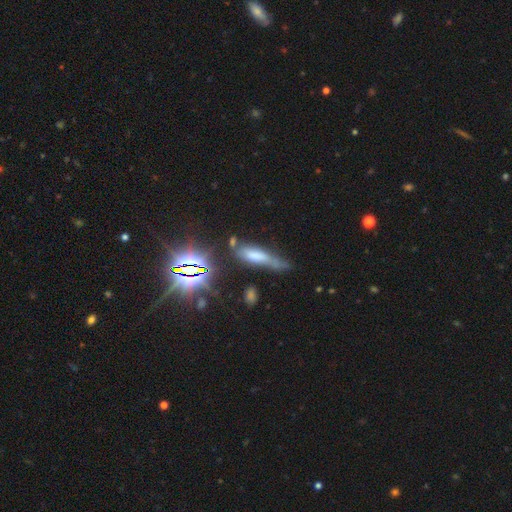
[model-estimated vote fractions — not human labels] The model was most divided on "merging": none: 36%, minor disturbance: 31%, major disturbance: 18%, merger: 15%. More confident: how rounded — cigar-shaped (63%); smooth or featured — smooth (55%).